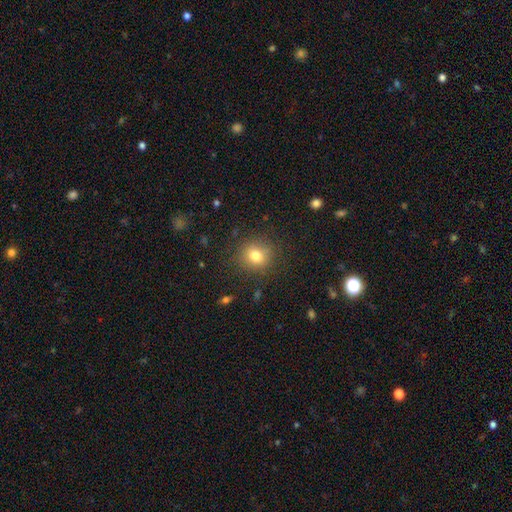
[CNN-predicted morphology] Q: Smooth or featured?
A: smooth (78%); runner-up: star or artifact (13%)
Q: How rounded?
A: round (82%); runner-up: in between (17%)
Q: Merging?
A: none (85%); runner-up: minor disturbance (10%)